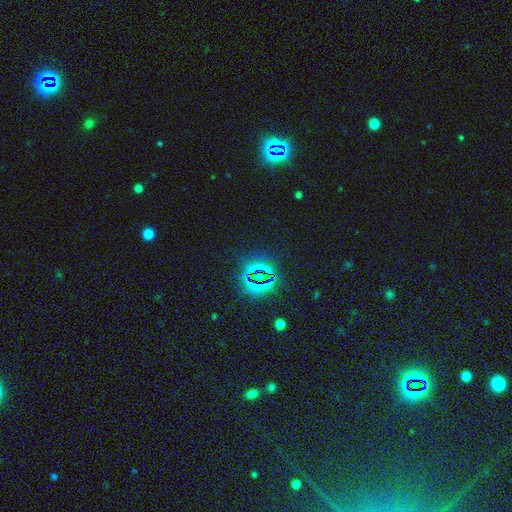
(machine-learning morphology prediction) type=star or artifact (66%).